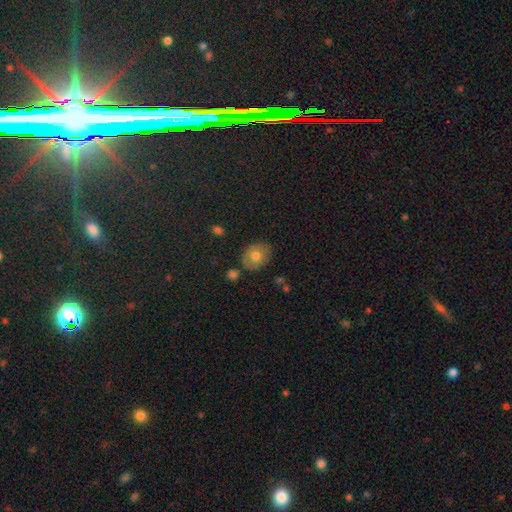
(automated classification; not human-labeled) A smooth galaxy with no disk features (72%) that is round (61%). Merging: none (76%).